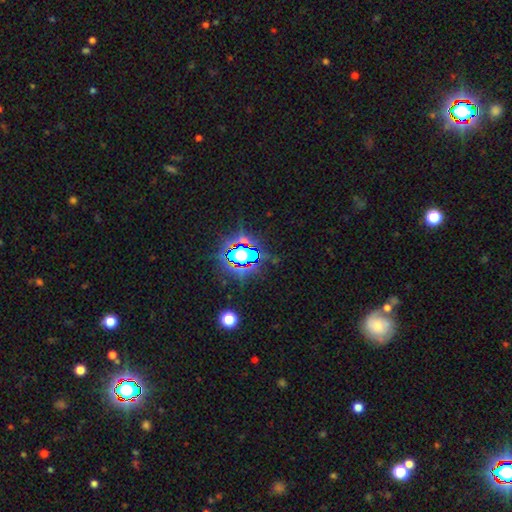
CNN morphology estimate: star or artifact 77%, smooth 14%, featured or disk 9%.